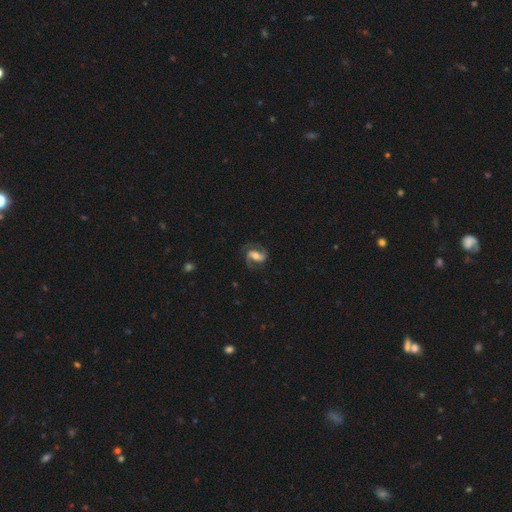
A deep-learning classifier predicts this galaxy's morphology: smooth_or_featured: featured or disk (p=0.86) [alt: smooth p=0.09]
disk_edge_on: no (p=0.97) [alt: yes p=0.03]
bar: strong (p=0.39) [alt: weak p=0.38]
has_spiral_arms: yes (p=0.96) [alt: no p=0.04]
spiral_winding: medium (p=0.56) [alt: loose p=0.24]
spiral_arm_count: 2 (p=0.91) [alt: can't tell p=0.03]
bulge_size: moderate (p=0.59) [alt: small p=0.24]
merging: none (p=0.76) [alt: minor disturbance p=0.14]